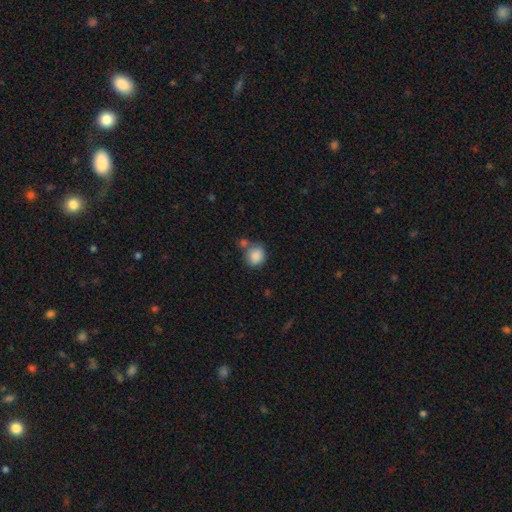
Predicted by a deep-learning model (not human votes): Q: Smooth or featured?
A: smooth (87%); runner-up: star or artifact (8%)
Q: How rounded?
A: round (76%); runner-up: in between (23%)
Q: Merging?
A: none (55%); runner-up: merger (24%)